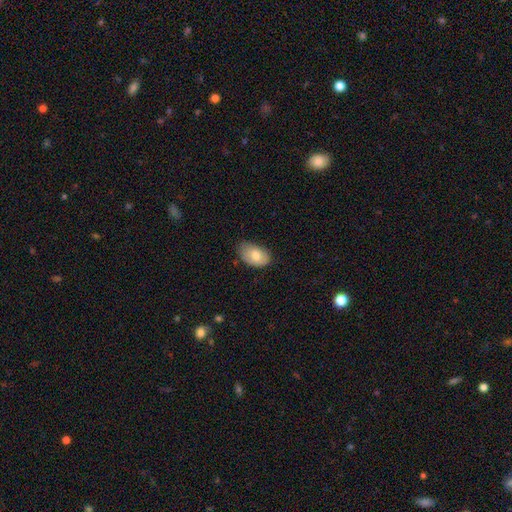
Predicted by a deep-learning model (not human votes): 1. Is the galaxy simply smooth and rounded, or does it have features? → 77% smooth, 16% featured or disk, 7% star or artifact.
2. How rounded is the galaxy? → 91% in between, 8% round, 1% cigar-shaped.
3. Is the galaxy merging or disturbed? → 58% none, 34% minor disturbance, 6% major disturbance, 2% merger.